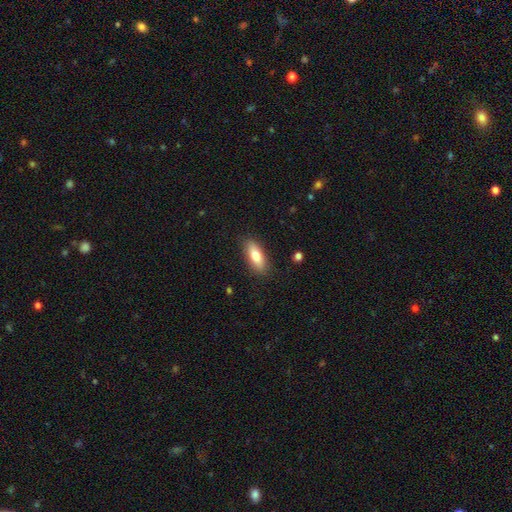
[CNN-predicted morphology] type=smooth (78%); roundness=in between (67%); merging=none (86%).